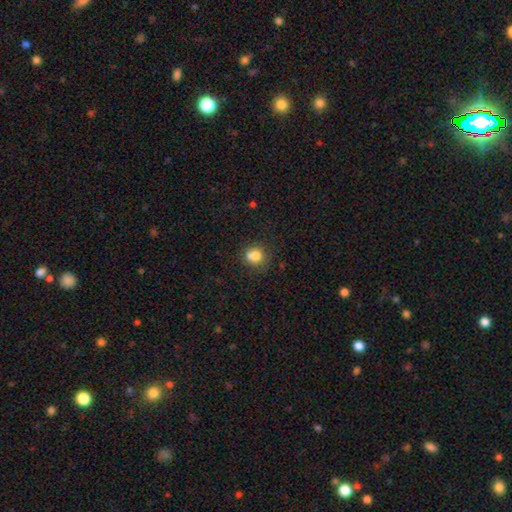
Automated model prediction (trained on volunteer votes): Overall: smooth (76%). How rounded: round (66%; in between 33%). Merging: none (51%; merger 25%).